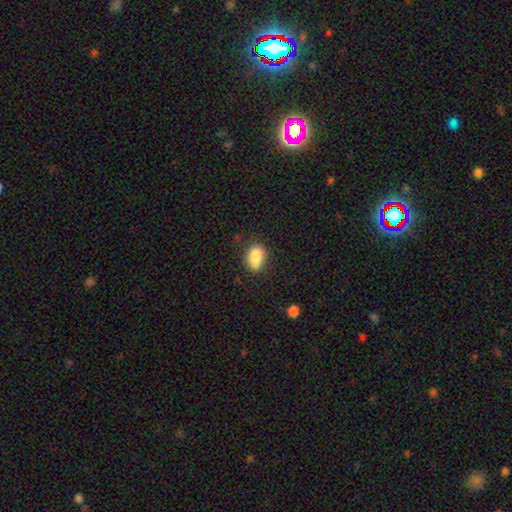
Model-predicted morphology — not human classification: Smooth or featured? smooth (82%)
How rounded? in between (76%)
Merging? none (55%)